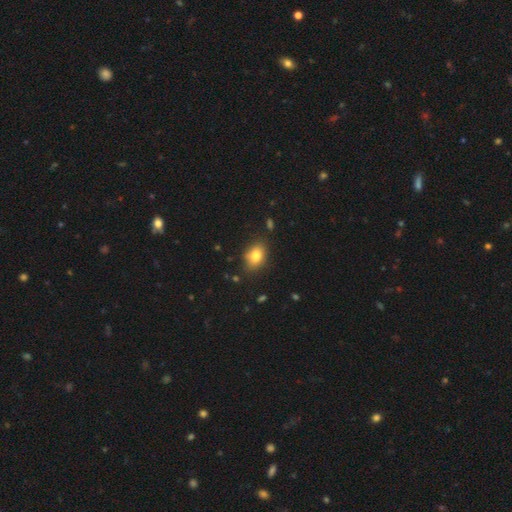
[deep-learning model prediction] A smooth galaxy with no disk features (81%) that is in between round and cigar-shaped (77%). Merging: none (80%).